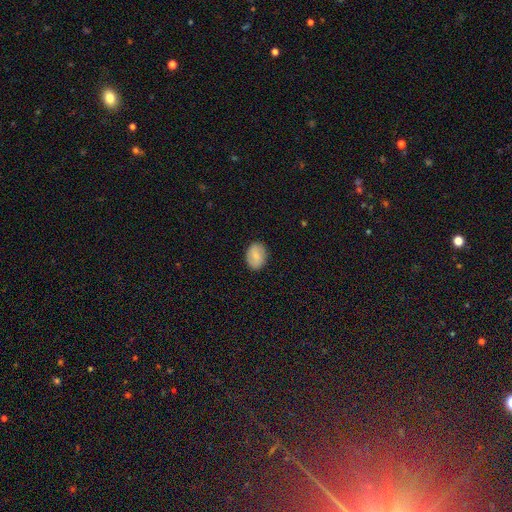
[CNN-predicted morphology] A smooth galaxy with no disk features (77%) that is in between round and cigar-shaped (71%).

Vote fractions:
- Smooth or featured? smooth: 77% / featured or disk: 16% / star or artifact: 7%
- How rounded? in between: 71% / round: 28% / cigar-shaped: 1%
- Merging? none: 88% / minor disturbance: 9% / major disturbance: 2% / merger: 1%